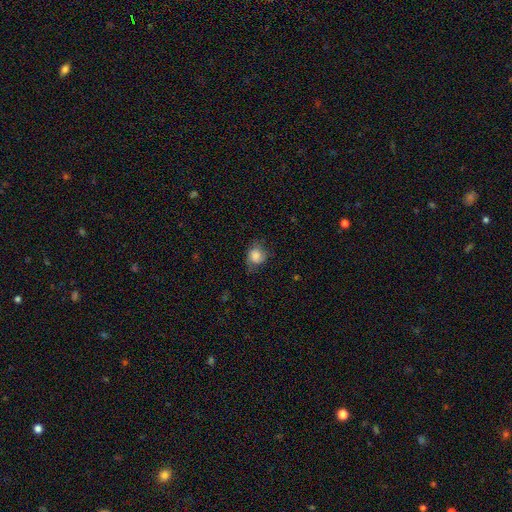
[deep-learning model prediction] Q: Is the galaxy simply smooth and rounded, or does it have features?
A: smooth — 77%.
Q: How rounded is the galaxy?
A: round — 68%.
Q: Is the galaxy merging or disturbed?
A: none — 56%.